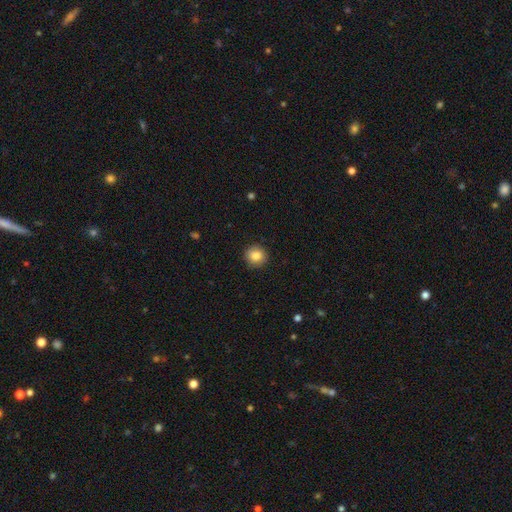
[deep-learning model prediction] smooth_or_featured: smooth (p=0.86) [alt: star or artifact p=0.09]
how_rounded: round (p=0.90) [alt: in between p=0.09]
merging: none (p=0.90) [alt: minor disturbance p=0.07]